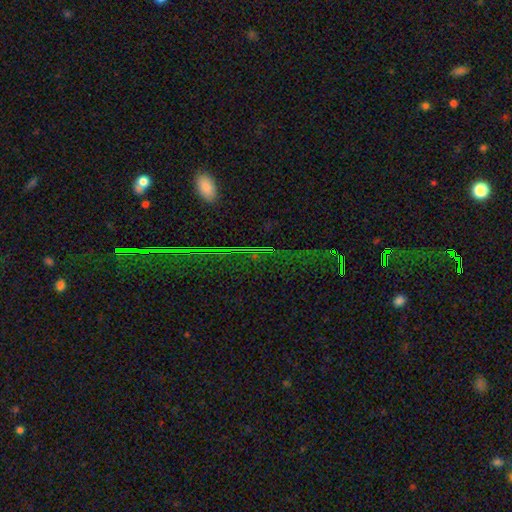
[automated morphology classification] This is likely a star or artifact rather than a galaxy (76%).